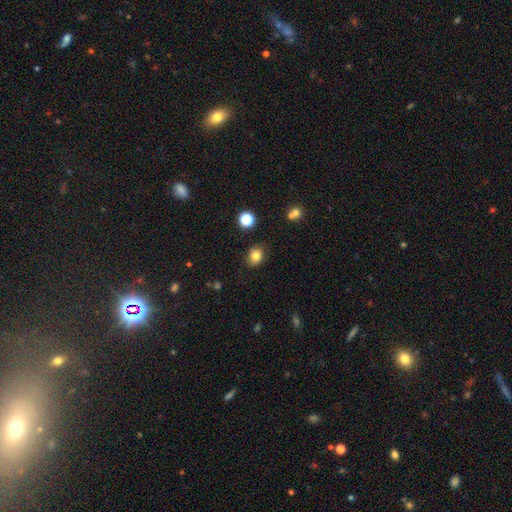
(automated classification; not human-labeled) Smooth or featured? smooth (81%)
How rounded? in between (50%)
Merging? none (84%)